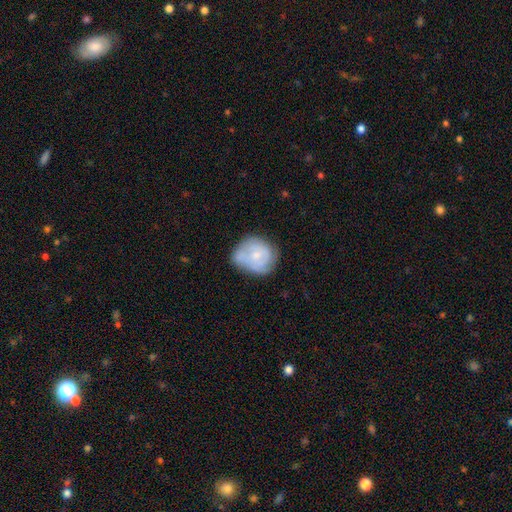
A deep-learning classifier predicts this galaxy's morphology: Q: Smooth or featured?
A: smooth (52%); runner-up: featured or disk (42%)
Q: How rounded?
A: round (74%); runner-up: in between (25%)
Q: Merging?
A: none (41%); runner-up: minor disturbance (30%)